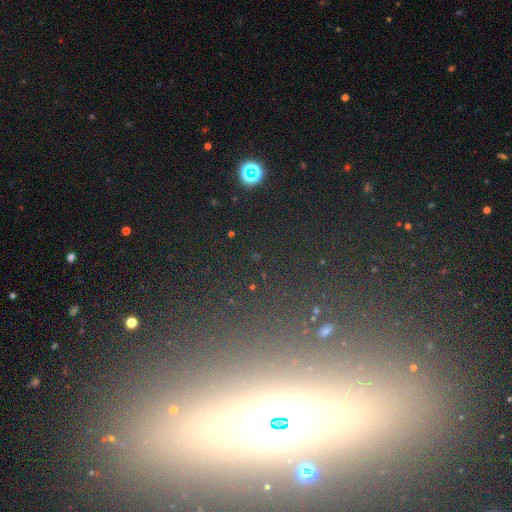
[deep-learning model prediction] Smooth or featured?
  - star or artifact: 44% *
  - featured or disk: 33%
  - smooth: 23%